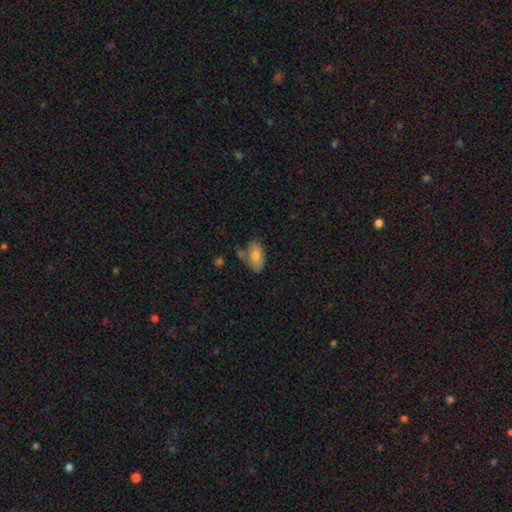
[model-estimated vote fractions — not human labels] The model was most divided on "merging": none: 54%, minor disturbance: 26%, merger: 12%, major disturbance: 8%. More confident: how rounded — in between (92%); smooth or featured — smooth (79%).